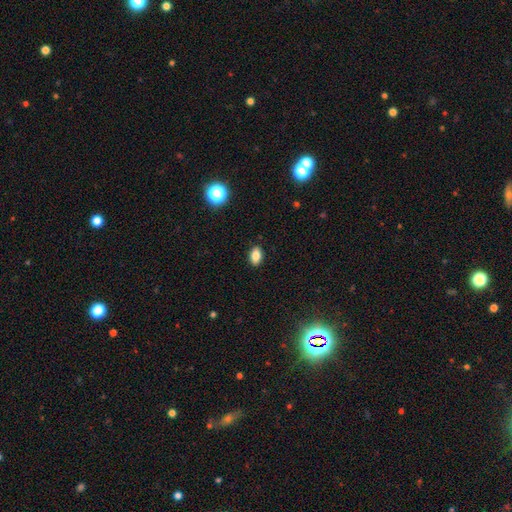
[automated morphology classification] Overall: smooth (83%). How rounded: in between (87%). Merging: none (89%).